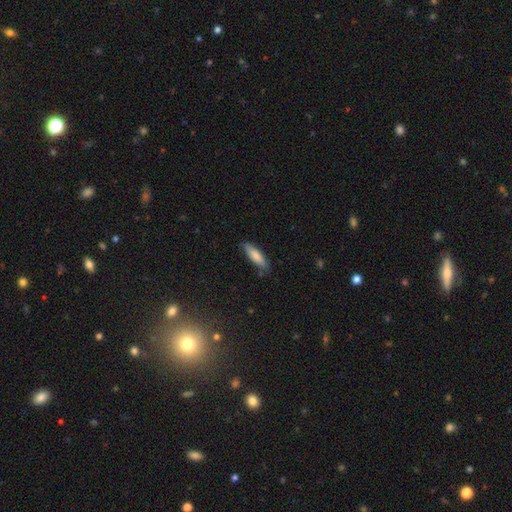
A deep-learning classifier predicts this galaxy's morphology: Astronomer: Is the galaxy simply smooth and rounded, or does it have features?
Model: smooth — 80%.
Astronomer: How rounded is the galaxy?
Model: cigar-shaped — 62%.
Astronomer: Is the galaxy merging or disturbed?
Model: none — 79%.